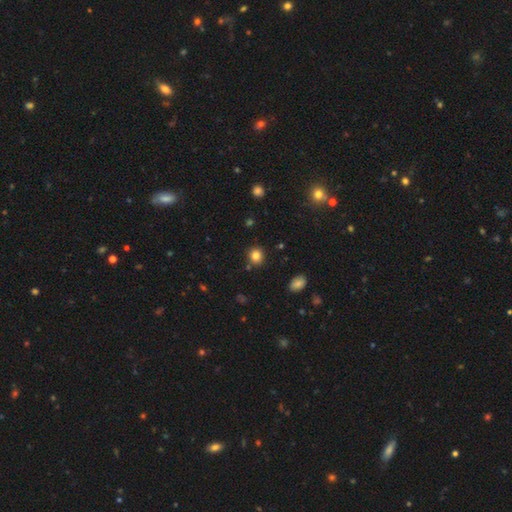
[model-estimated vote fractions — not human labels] Morphology: type=smooth (84%); roundness=round (85%); merging=none (86%).